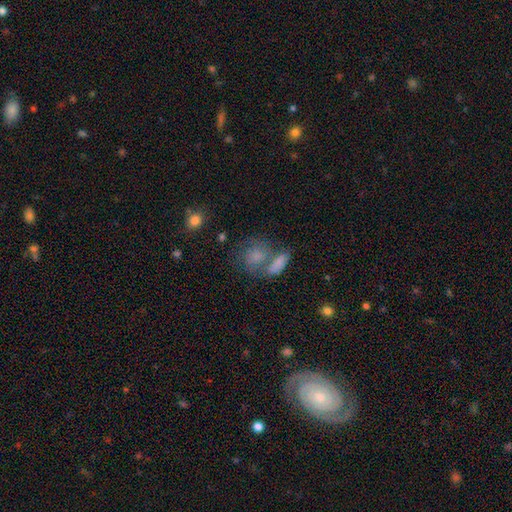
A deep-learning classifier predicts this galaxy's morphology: Smooth or featured?
  - smooth: 61% *
  - featured or disk: 27%
  - star or artifact: 11%
How rounded?
  - round: 54% *
  - in between: 43%
  - cigar-shaped: 4%
Merging?
  - merger: 41% *
  - none: 37%
  - minor disturbance: 13%
  - major disturbance: 9%